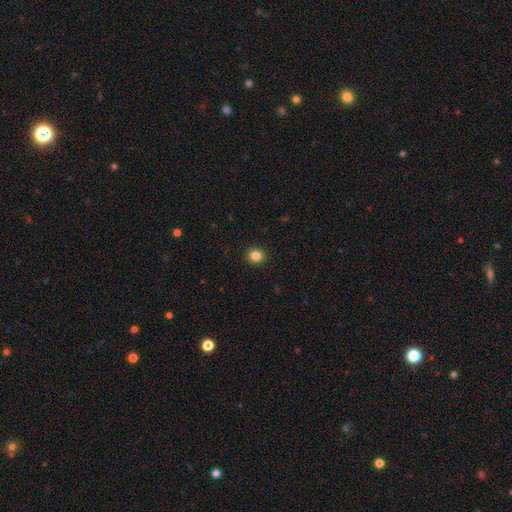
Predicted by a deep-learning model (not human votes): Smooth or featured?
  - smooth: 85% *
  - star or artifact: 11%
  - featured or disk: 4%
How rounded?
  - round: 79% *
  - in between: 20%
  - cigar-shaped: 1%
Merging?
  - none: 92% *
  - minor disturbance: 5%
  - major disturbance: 2%
  - merger: 1%